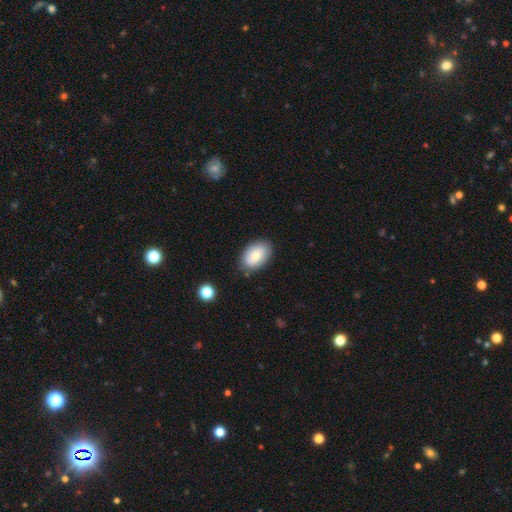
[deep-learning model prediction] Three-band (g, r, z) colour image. It shows a smooth galaxy with no disk features (75%) that is in between round and cigar-shaped (88%). Merging: none (83%).